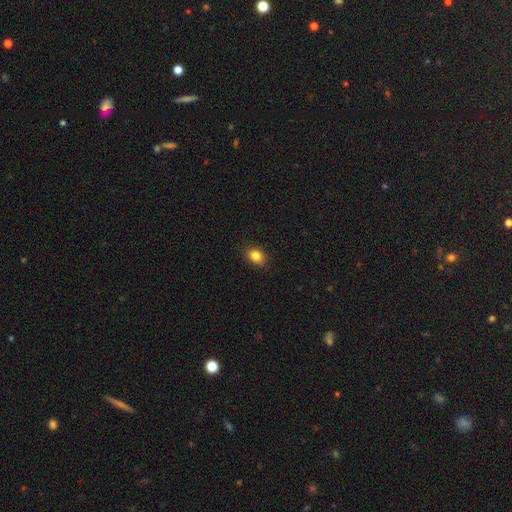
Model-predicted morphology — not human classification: Smooth or featured? smooth (84%)
How rounded? in between (61%)
Merging? none (88%)